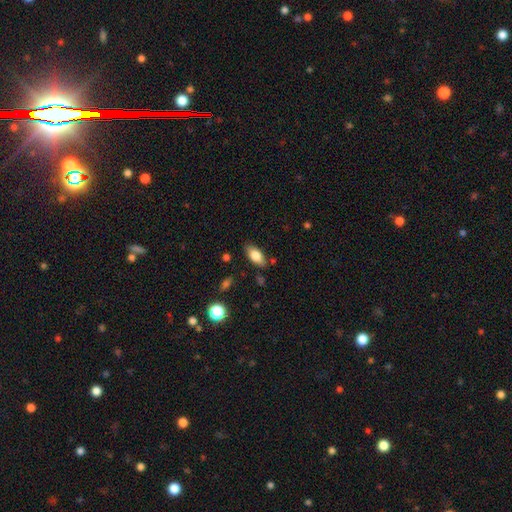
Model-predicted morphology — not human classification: A smooth galaxy with no disk features (79%) that is in between round and cigar-shaped (88%). Merging: none (80%).